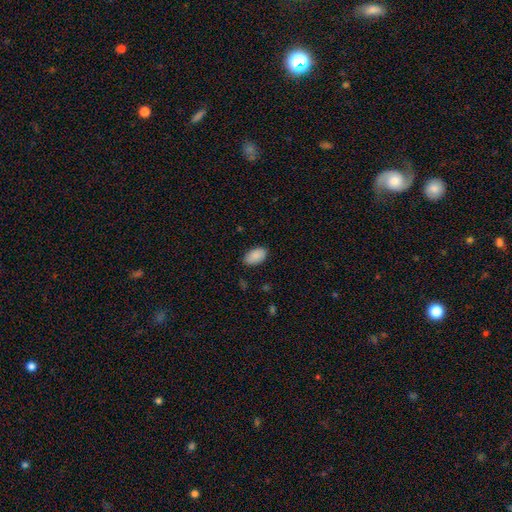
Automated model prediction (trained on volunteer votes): This is clearly a smooth galaxy (90%). How rounded: clearly in between (95%). Merging: clearly none (87%).